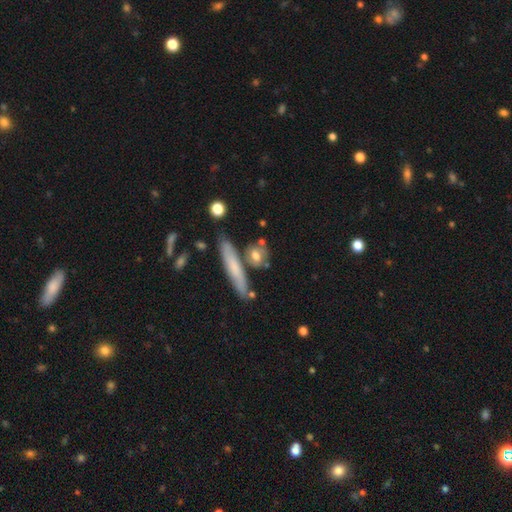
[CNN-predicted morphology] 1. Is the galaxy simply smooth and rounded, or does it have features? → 68% smooth, 25% featured or disk, 8% star or artifact.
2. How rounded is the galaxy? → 35% in between, 33% round, 32% cigar-shaped.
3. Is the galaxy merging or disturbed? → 64% none, 16% merger, 15% minor disturbance, 6% major disturbance.